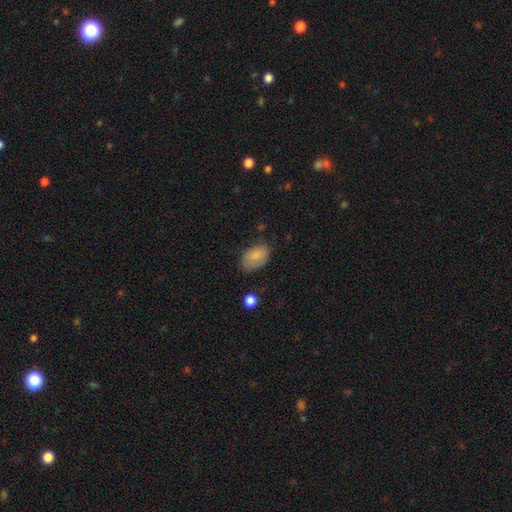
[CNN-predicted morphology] A smooth galaxy with no disk features (80%) that is in between round and cigar-shaped (88%). Merging: none (61%).